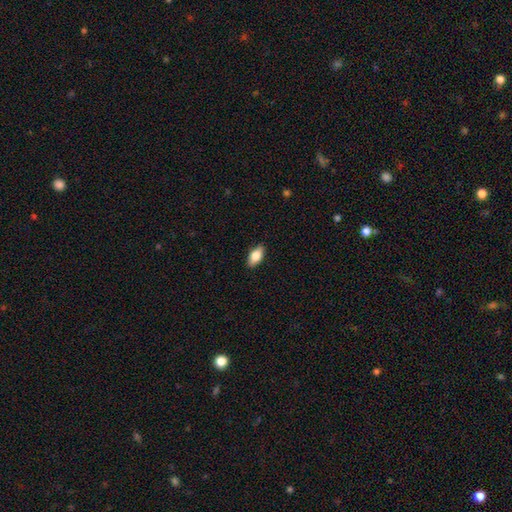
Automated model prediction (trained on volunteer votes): Overall: smooth (81%). How rounded: in between (89%). Merging: none (89%).